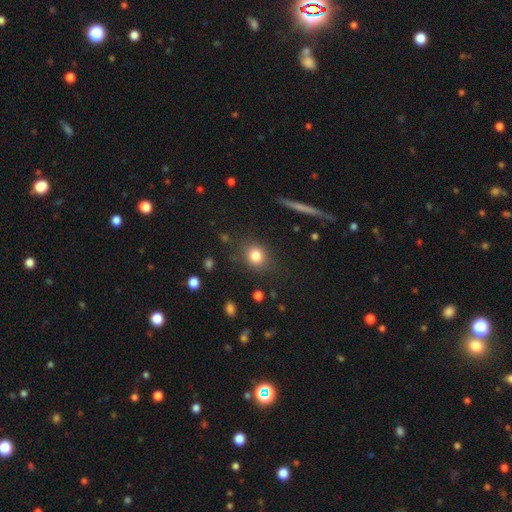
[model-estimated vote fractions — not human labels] Smooth or featured: smooth — 82% (star or artifact — 11%)
How rounded: round — 72% (in between — 26%)
Merging: none — 83% (minor disturbance — 11%)